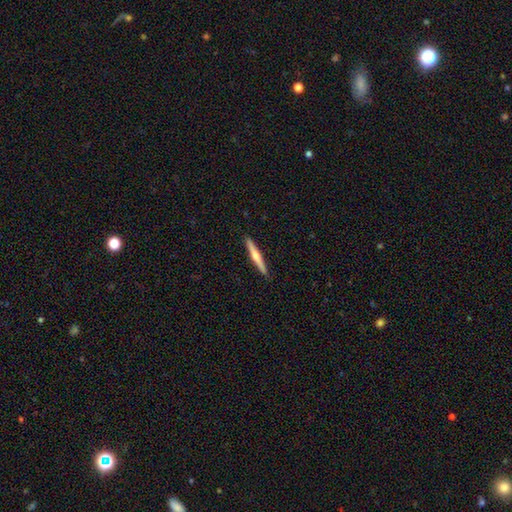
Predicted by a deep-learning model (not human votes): Smooth or featured: featured or disk — 59% (smooth — 36%)
Edge-on disk: yes — 98% (no — 2%)
Edge-on bulge: rounded — 87% (none — 10%)
Merging: none — 92% (minor disturbance — 6%)